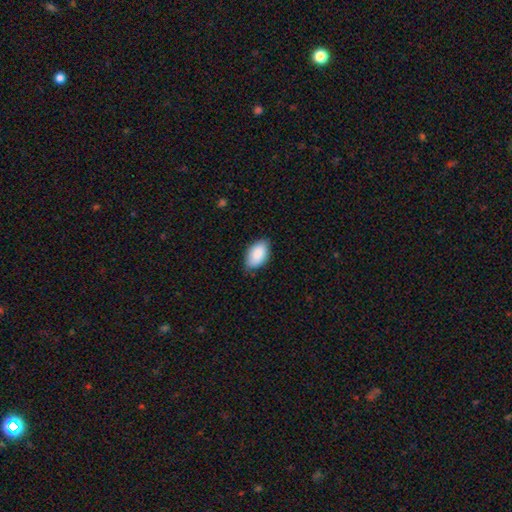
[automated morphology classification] Overall: smooth (88%). How rounded: in between (94%). Merging: none (78%).